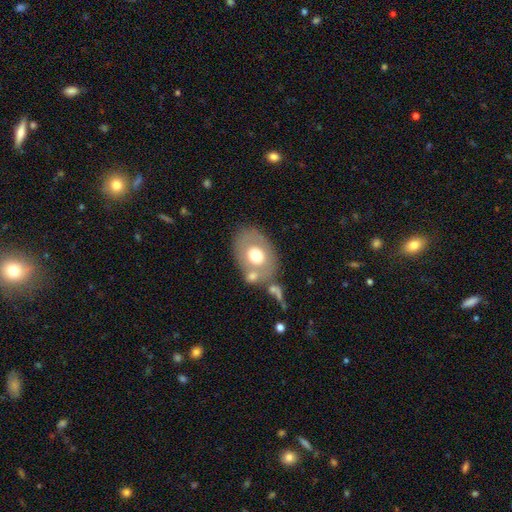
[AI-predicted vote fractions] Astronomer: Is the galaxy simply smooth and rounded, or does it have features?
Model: smooth — 58% (runner-up: featured or disk, 34%).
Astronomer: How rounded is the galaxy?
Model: in between — 68%.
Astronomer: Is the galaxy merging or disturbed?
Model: none — 59%.